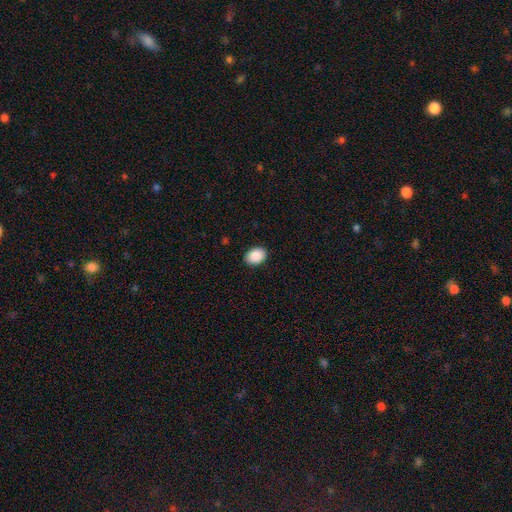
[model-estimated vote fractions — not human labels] Morphology: type=smooth (90%); roundness=in between (75%); merging=none (90%).